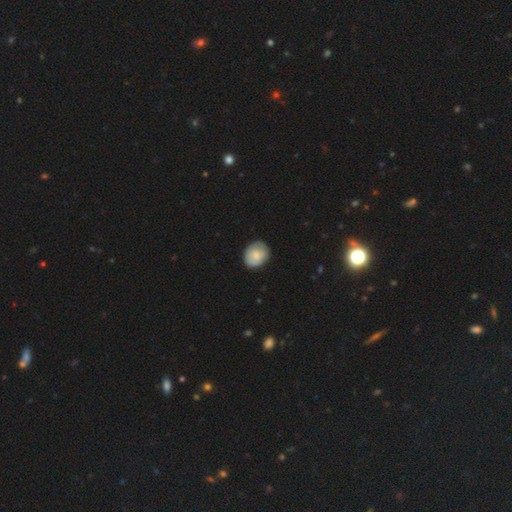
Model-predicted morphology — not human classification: type=smooth (80%); roundness=round (56%); merging=none (80%).